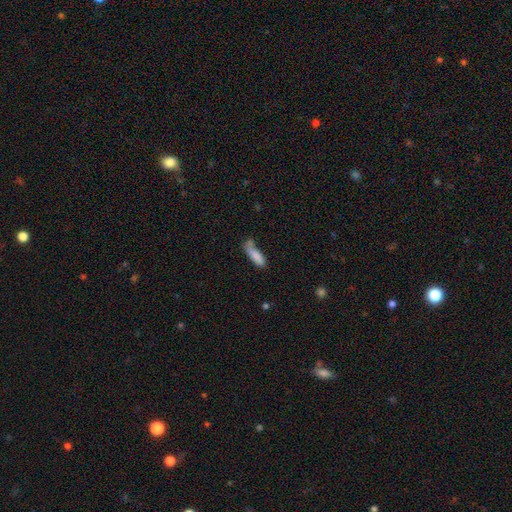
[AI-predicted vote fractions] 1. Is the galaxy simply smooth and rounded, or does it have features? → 81% smooth, 11% featured or disk, 8% star or artifact.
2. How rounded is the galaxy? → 56% cigar-shaped, 42% in between, 2% round.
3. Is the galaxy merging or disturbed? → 47% none, 26% minor disturbance, 15% merger, 12% major disturbance.